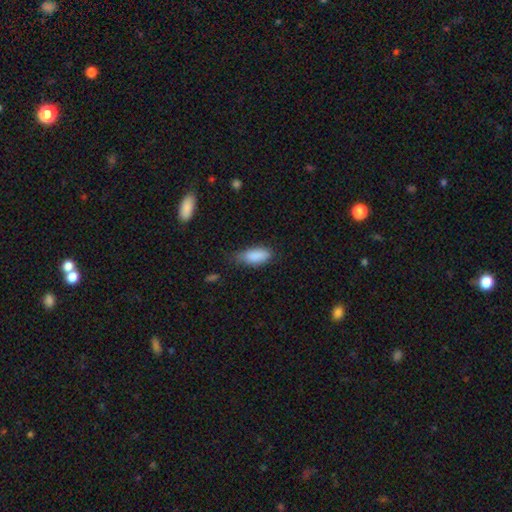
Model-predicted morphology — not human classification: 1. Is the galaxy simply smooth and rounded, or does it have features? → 87% smooth, 7% star or artifact, 5% featured or disk.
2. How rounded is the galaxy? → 84% in between, 13% cigar-shaped, 2% round.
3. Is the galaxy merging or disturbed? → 55% none, 34% minor disturbance, 8% major disturbance, 2% merger.